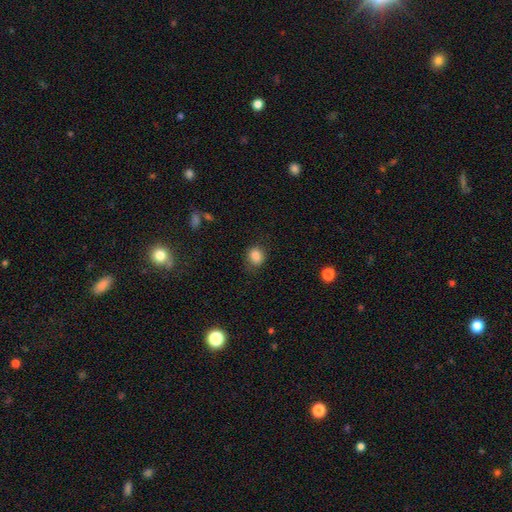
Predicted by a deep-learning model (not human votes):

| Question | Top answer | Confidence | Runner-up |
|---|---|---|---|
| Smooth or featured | smooth | 86% | star or artifact (10%) |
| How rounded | round | 62% | in between (37%) |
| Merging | none | 73% | minor disturbance (19%) |